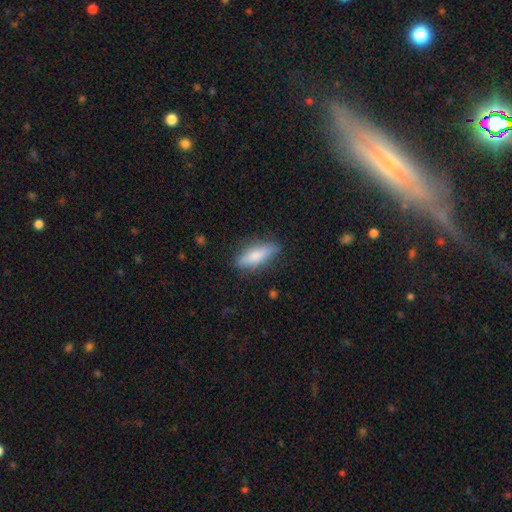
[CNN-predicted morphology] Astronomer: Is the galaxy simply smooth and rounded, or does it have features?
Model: smooth — 71%.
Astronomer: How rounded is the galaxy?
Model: cigar-shaped — 49%, tied with in between at 49%.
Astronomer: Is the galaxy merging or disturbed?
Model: none — 79%.